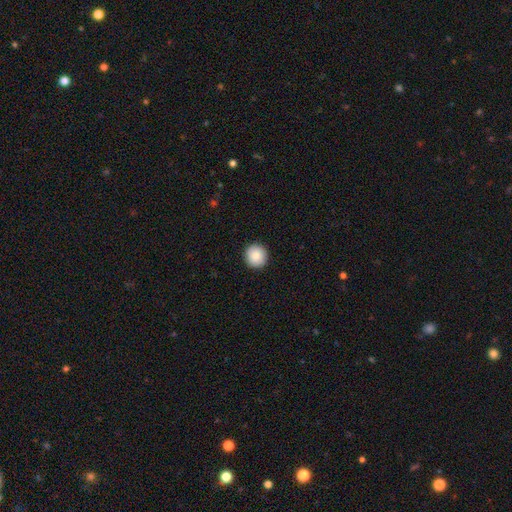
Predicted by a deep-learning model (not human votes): smooth 86%, star or artifact 8%, featured or disk 7%. Down the decision tree: how rounded — round (95%); merging — none (93%).